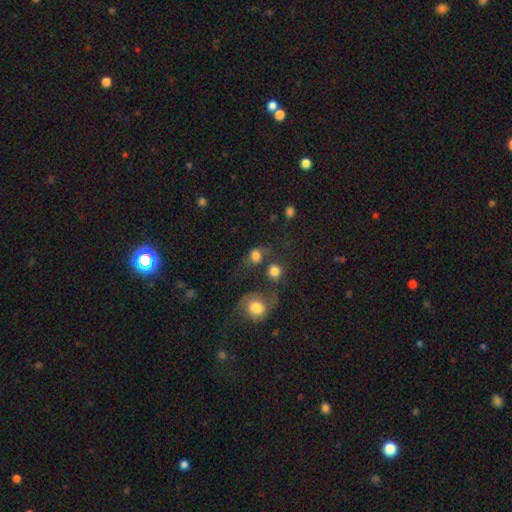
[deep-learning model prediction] This is likely a smooth galaxy (74%). How rounded: likely round (69%). Merging: marginally none (39%).